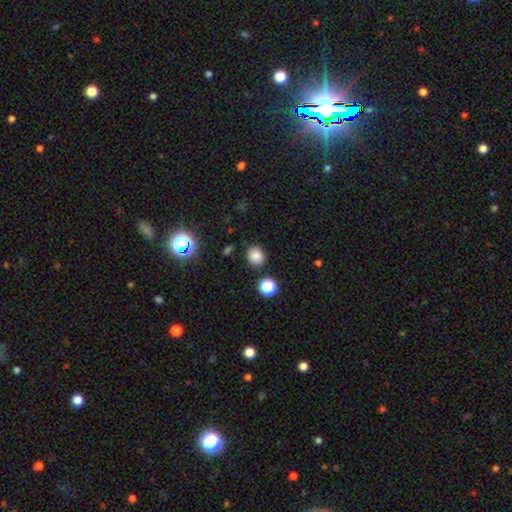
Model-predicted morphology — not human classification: smooth 80%, star or artifact 14%, featured or disk 6%. Down the decision tree: how rounded — round (71%); merging — none (84%).